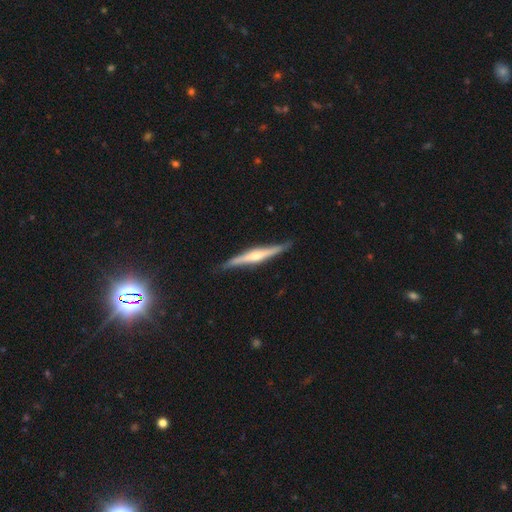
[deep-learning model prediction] This appears to be a featured or disk galaxy (70%) viewed edge-on (97%) with a rounded central bulge (75%). Merging: none (85%).